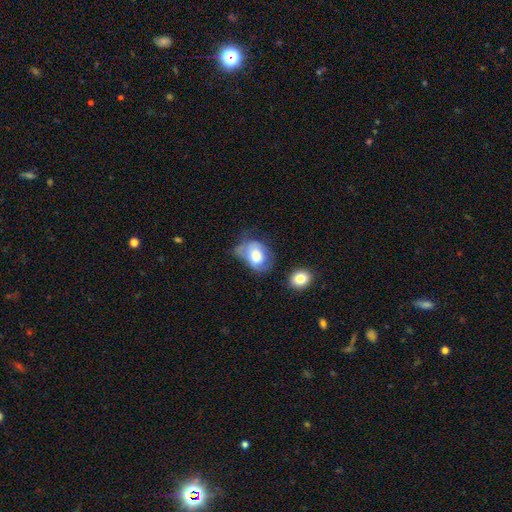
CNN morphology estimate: Smooth or featured? Predicted: smooth (p=0.56). How rounded? Predicted: in between (p=0.73). Merging? Predicted: minor disturbance (p=0.34).